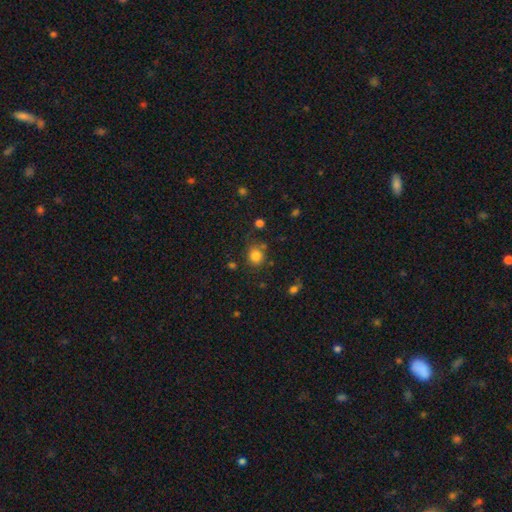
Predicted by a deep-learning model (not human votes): Smooth or featured? Predicted: smooth (p=0.81). How rounded? Predicted: round (p=0.80). Merging? Predicted: none (p=0.74).